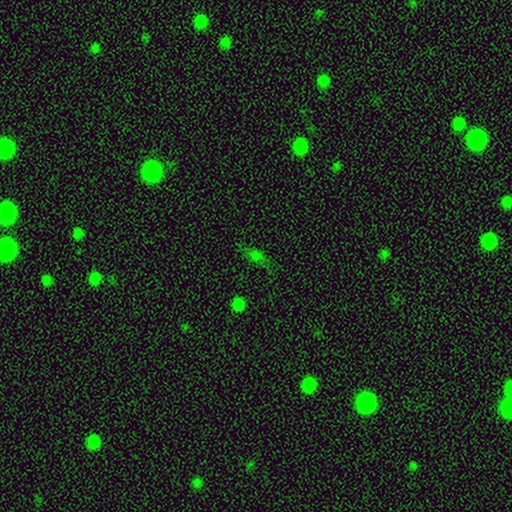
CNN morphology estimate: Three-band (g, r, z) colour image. It shows a smooth galaxy with no disk features (52%) that is in between round and cigar-shaped (64%). Merging: none (67%).